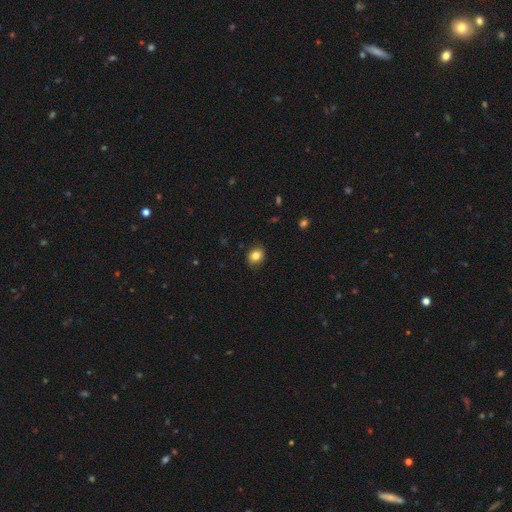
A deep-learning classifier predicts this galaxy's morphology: This appears to be a smooth galaxy with no disk features (82%) that is round (56%). Merging: none (85%).